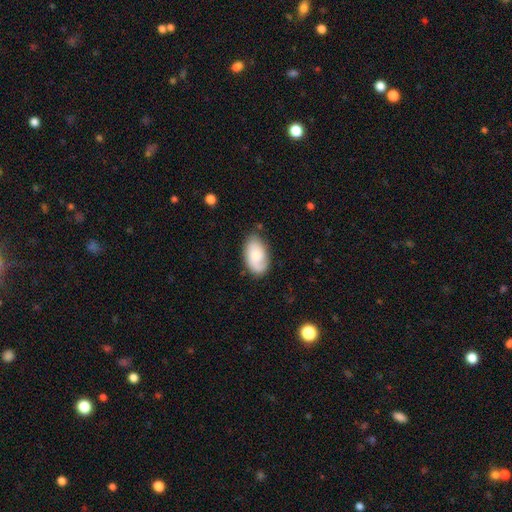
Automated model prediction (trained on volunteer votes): smooth_or_featured: smooth (p=0.60) [alt: featured or disk p=0.33]
how_rounded: in between (p=0.93) [alt: round p=0.06]
merging: none (p=0.71) [alt: minor disturbance p=0.21]